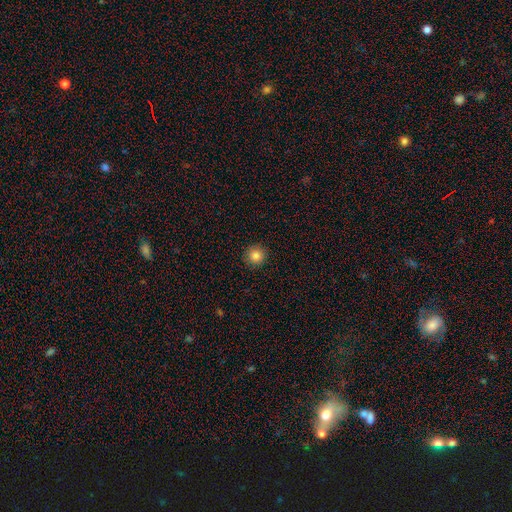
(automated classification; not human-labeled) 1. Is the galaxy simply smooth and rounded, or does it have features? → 85% smooth, 11% star or artifact, 5% featured or disk.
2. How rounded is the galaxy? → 94% round, 5% in between, 1% cigar-shaped.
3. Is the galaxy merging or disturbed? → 92% none, 5% minor disturbance, 2% major disturbance, 1% merger.